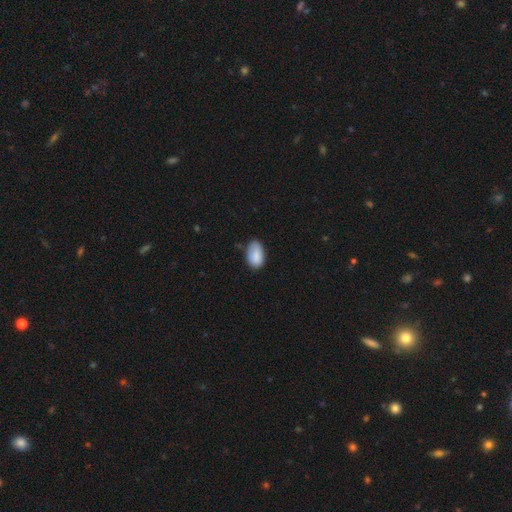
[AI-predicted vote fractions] Smooth or featured: smooth — 87% (star or artifact — 7%)
How rounded: in between — 93% (round — 6%)
Merging: none — 67% (minor disturbance — 26%)